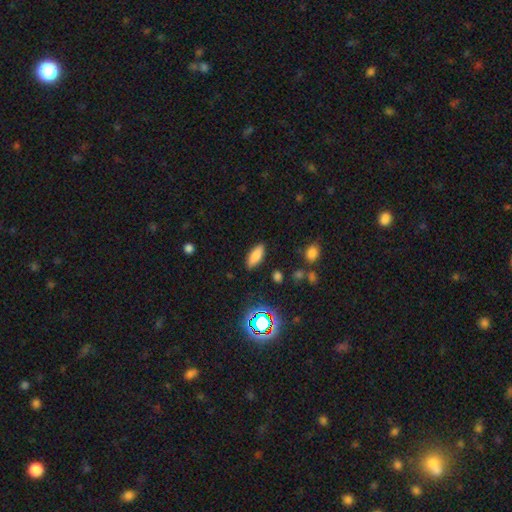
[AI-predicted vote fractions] This appears to be a smooth galaxy with no disk features (79%) that is in between round and cigar-shaped (80%). Merging: none (86%).